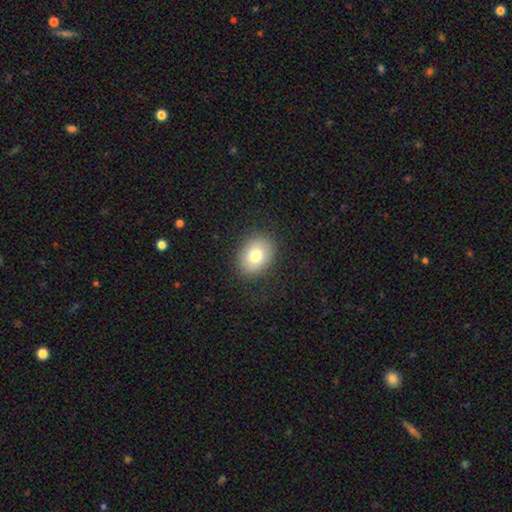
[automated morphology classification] smooth-or-featured: smooth: 78% | featured or disk: 13% | star or artifact: 9%
  how-rounded: in between: 59% | round: 40% | cigar-shaped: 1%
  merging: none: 85% | minor disturbance: 10% | major disturbance: 4% | merger: 1%